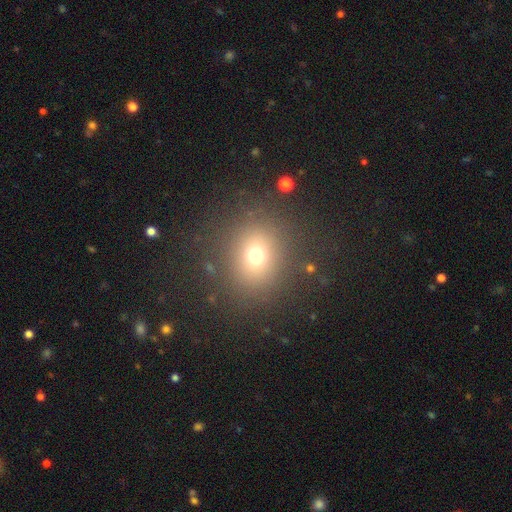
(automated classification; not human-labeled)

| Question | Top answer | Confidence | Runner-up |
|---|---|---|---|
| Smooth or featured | smooth | 70% | star or artifact (19%) |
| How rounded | round | 74% | in between (25%) |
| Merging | none | 84% | minor disturbance (8%) |